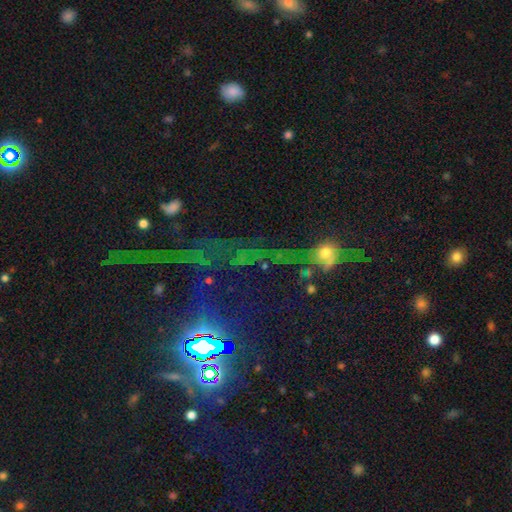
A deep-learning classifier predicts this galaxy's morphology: This appears to be a star or artifact, not a galaxy (57%).